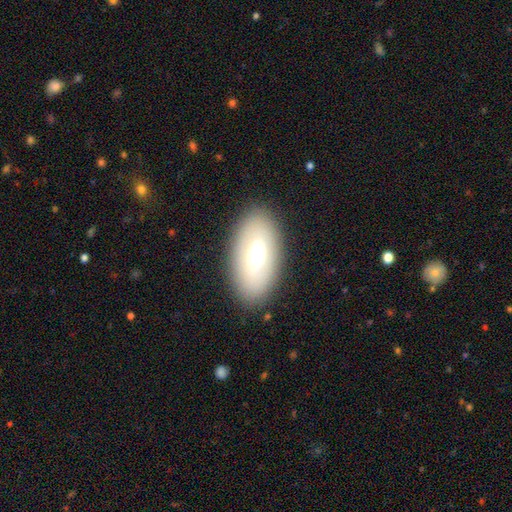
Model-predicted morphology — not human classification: Q: Smooth or featured?
A: smooth (55%); runner-up: featured or disk (36%)
Q: How rounded?
A: in between (91%); runner-up: round (5%)
Q: Merging?
A: none (86%); runner-up: minor disturbance (9%)